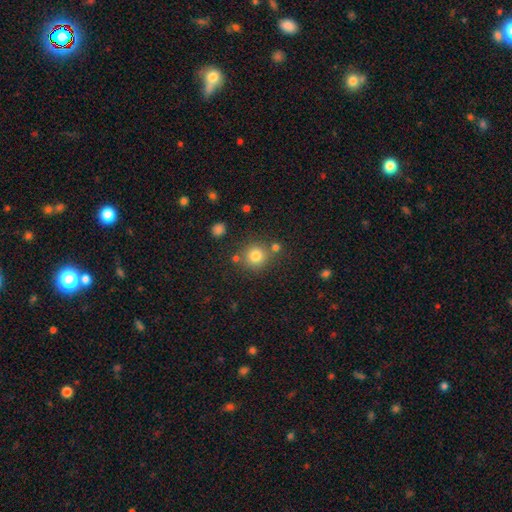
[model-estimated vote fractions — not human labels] Smooth or featured?
  - smooth: 80% *
  - star or artifact: 13%
  - featured or disk: 7%
How rounded?
  - round: 90% *
  - in between: 9%
  - cigar-shaped: 1%
Merging?
  - none: 76% *
  - merger: 11%
  - minor disturbance: 9%
  - major disturbance: 4%